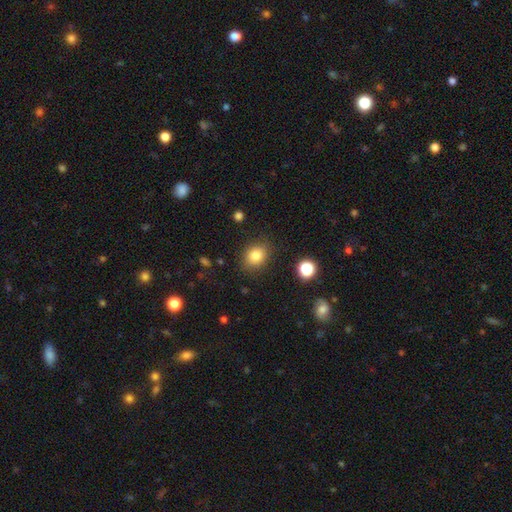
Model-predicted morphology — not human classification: This appears to be a smooth galaxy with no disk features (82%) that is round (58%). Merging: none (85%).